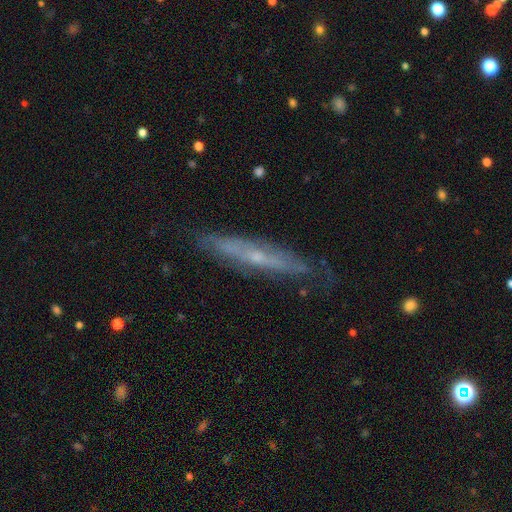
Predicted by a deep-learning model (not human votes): Smooth or featured? featured or disk (67%)
Edge-on disk? yes (73%)
Merging? none (75%)